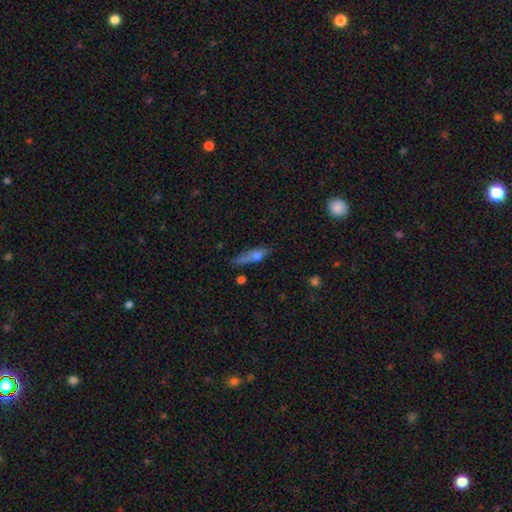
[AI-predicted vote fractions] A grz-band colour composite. It shows a smooth galaxy with no disk features (60%) that is cigar-shaped (70%). Merging: none (61%).